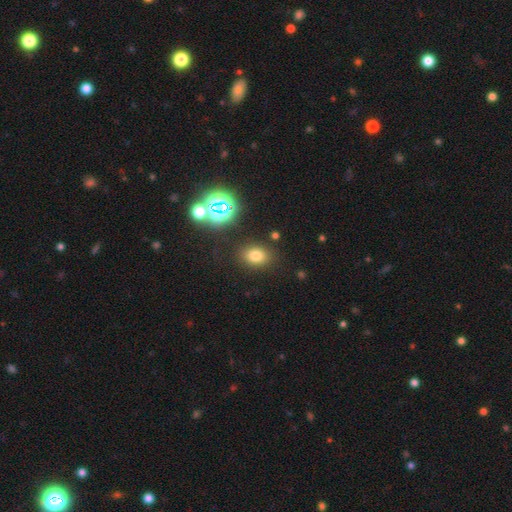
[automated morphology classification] Overall: smooth (73%). How rounded: in between (64%; round 35%). Merging: none (84%).